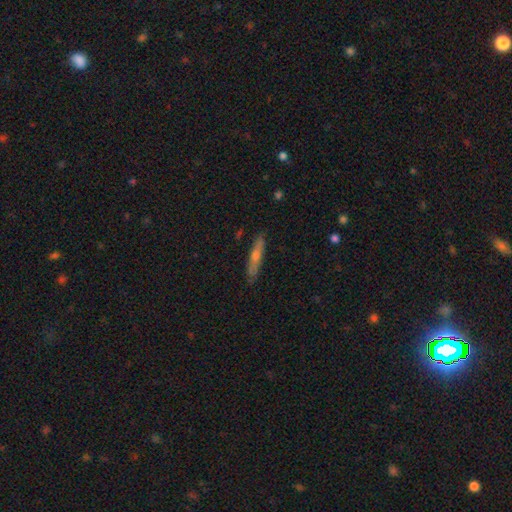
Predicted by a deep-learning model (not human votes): Smooth or featured?
  - smooth: 48% *
  - featured or disk: 45%
  - star or artifact: 7%
Merging?
  - none: 86% *
  - minor disturbance: 11%
  - major disturbance: 2%
  - merger: 1%